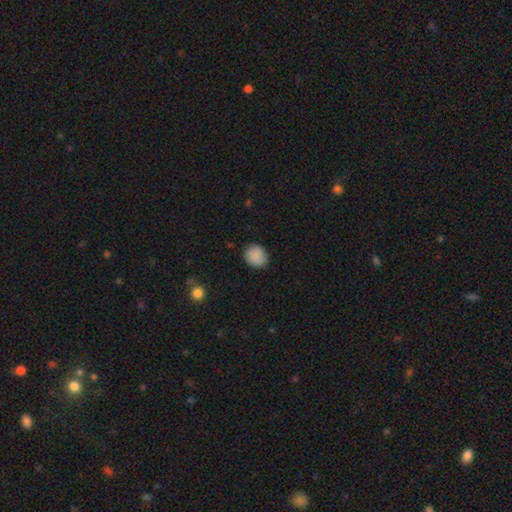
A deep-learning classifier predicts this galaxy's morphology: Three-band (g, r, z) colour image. It shows a smooth galaxy with no disk features (88%) that is round (78%). Merging: none (86%).